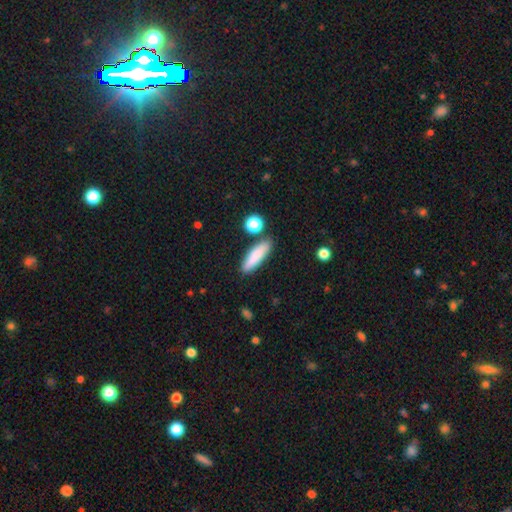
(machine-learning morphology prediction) smooth-or-featured: smooth: 82% | featured or disk: 11% | star or artifact: 7%
  how-rounded: cigar-shaped: 63% | in between: 35% | round: 3%
  merging: none: 81% | minor disturbance: 10% | merger: 6% | major disturbance: 3%